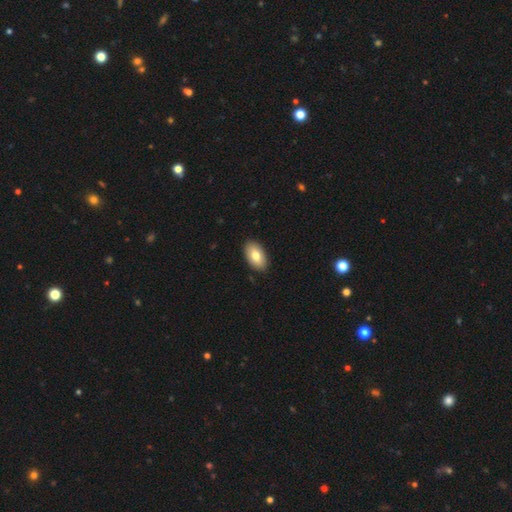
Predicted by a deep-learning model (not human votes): A smooth galaxy with no disk features (79%) that is in between round and cigar-shaped (94%).

Vote fractions:
- Smooth or featured? smooth: 79% / featured or disk: 15% / star or artifact: 6%
- How rounded? in between: 94% / round: 4% / cigar-shaped: 2%
- Merging? none: 89% / minor disturbance: 8% / major disturbance: 2% / merger: 1%